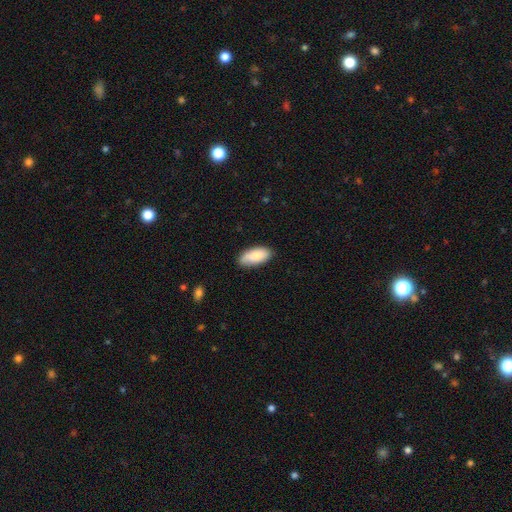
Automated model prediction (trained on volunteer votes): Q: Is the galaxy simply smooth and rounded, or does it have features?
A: smooth — 80%.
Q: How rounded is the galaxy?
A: in between — 92%.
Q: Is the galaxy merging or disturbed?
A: none — 79%.